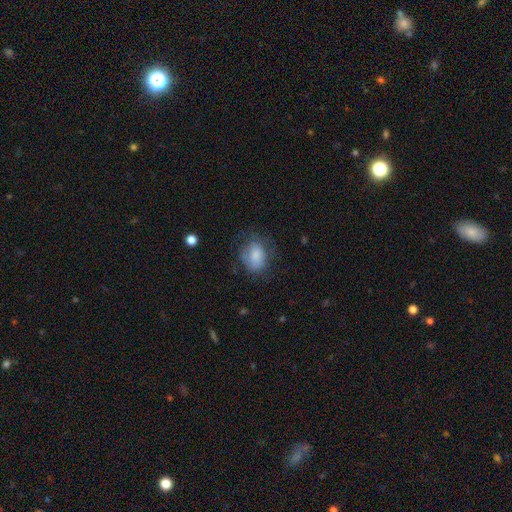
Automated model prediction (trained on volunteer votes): Smooth or featured?
  - smooth: 77% *
  - featured or disk: 15%
  - star or artifact: 8%
How rounded?
  - in between: 58% *
  - round: 41%
  - cigar-shaped: 1%
Merging?
  - none: 57% *
  - minor disturbance: 26%
  - major disturbance: 16%
  - merger: 2%